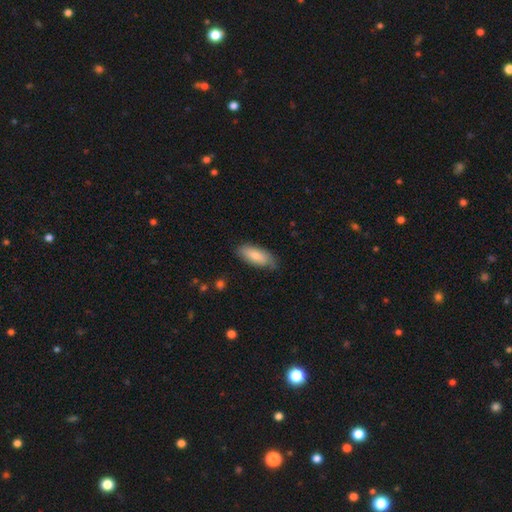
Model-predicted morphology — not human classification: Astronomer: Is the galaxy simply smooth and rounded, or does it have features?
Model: smooth — 76%.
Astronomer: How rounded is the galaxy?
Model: in between — 81%.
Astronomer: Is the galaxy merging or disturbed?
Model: none — 68%.